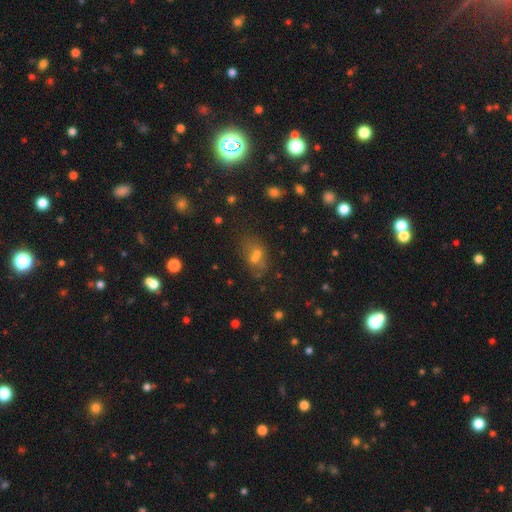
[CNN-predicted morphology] This is possibly a smooth galaxy (50%). Merging: marginally none (42%).